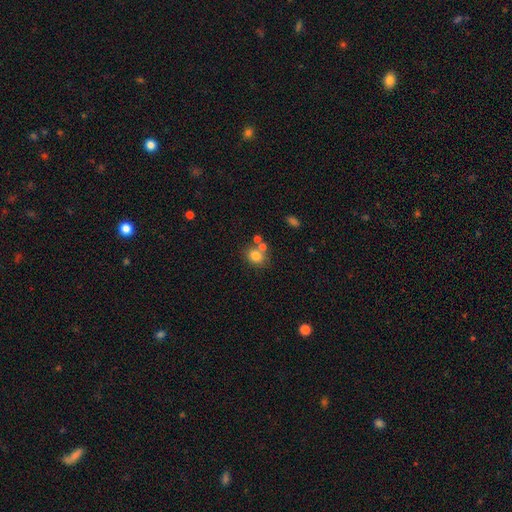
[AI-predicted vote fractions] The model was most divided on "how rounded": round: 55%, in between: 44%, cigar-shaped: 1%. More confident: smooth or featured — smooth (78%); merging — none (58%).